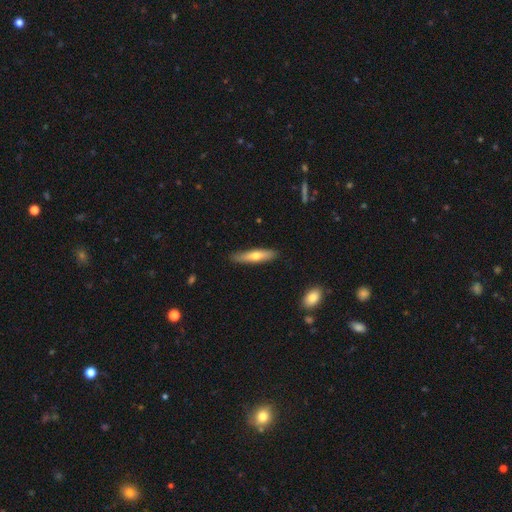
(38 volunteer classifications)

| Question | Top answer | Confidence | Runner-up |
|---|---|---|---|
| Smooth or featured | smooth | 55% | featured or disk (34%) |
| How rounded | cigar-shaped | 90% | in between (10%) |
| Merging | none | 91% | minor disturbance (6%) |